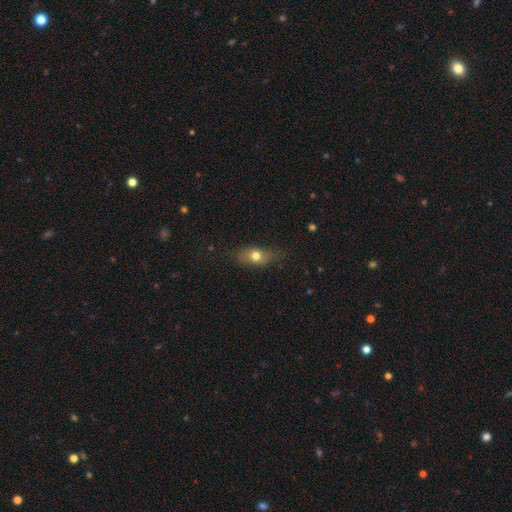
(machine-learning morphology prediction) Smooth or featured?
  - smooth: 69% *
  - featured or disk: 21%
  - star or artifact: 10%
How rounded?
  - in between: 68% *
  - round: 18%
  - cigar-shaped: 14%
Merging?
  - none: 73% *
  - minor disturbance: 20%
  - major disturbance: 6%
  - merger: 1%